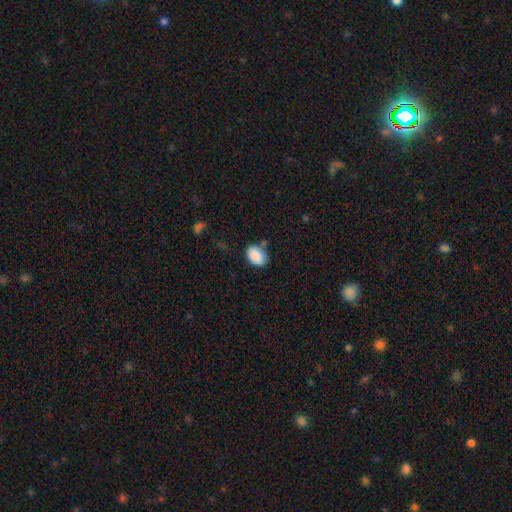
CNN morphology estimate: smooth 89%, star or artifact 7%, featured or disk 4%. Down the decision tree: how rounded — in between (86%); merging — none (72%).